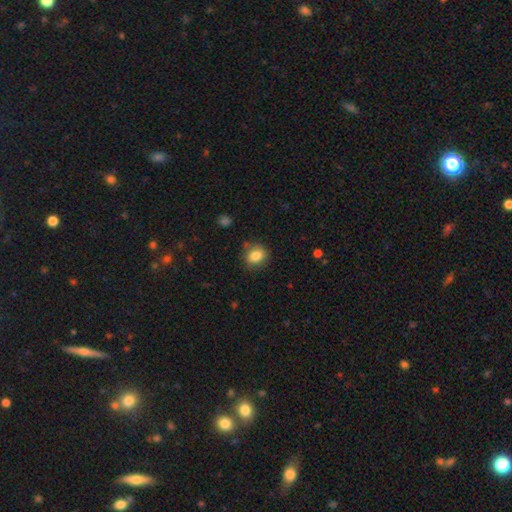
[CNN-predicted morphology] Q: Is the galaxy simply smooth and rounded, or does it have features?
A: smooth — 83%.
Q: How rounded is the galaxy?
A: round — 57%.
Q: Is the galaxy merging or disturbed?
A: none — 79%.